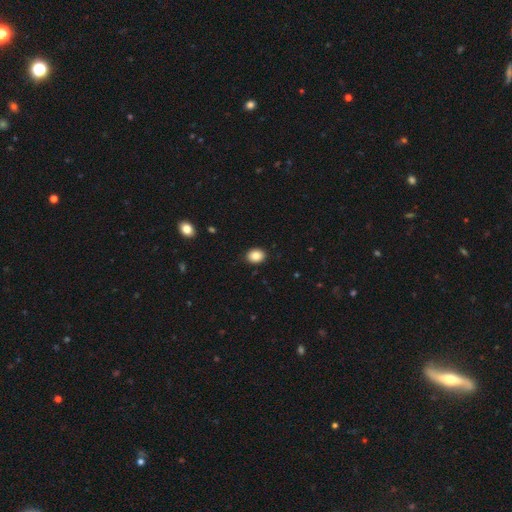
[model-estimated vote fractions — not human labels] Overall: smooth (86%). How rounded: in between (51%; round 48%). Merging: none (90%).